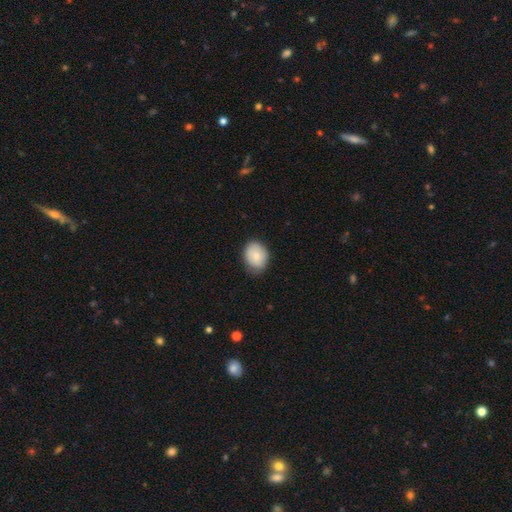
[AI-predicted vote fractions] smooth_or_featured: smooth (p=0.81) [alt: featured or disk p=0.12]
how_rounded: in between (p=0.58) [alt: round p=0.41]
merging: none (p=0.74) [alt: minor disturbance p=0.22]